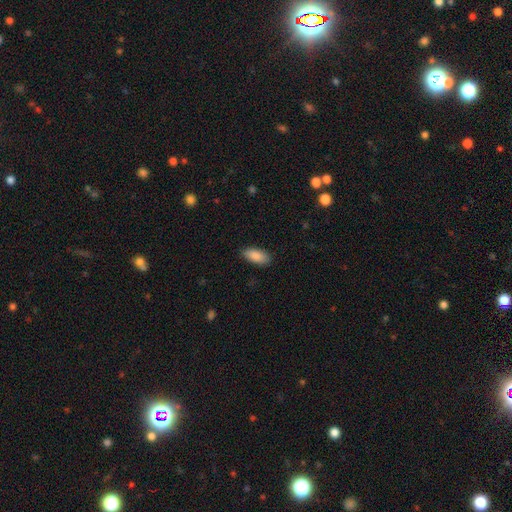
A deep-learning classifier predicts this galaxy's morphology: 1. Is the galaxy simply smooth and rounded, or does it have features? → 89% smooth, 6% star or artifact, 5% featured or disk.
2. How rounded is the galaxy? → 86% in between, 12% cigar-shaped, 2% round.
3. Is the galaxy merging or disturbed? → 86% none, 10% minor disturbance, 2% major disturbance, 1% merger.